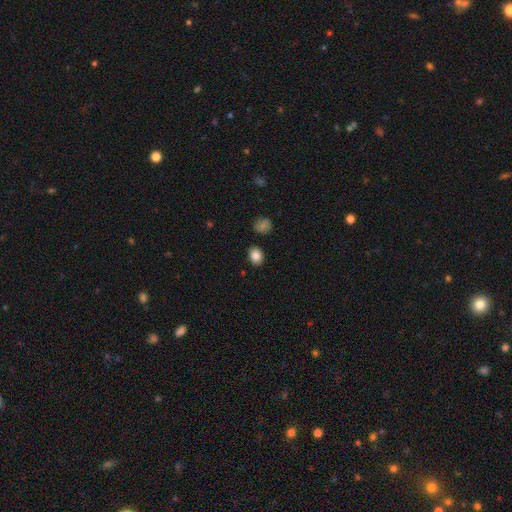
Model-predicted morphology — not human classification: smooth 85%, star or artifact 9%, featured or disk 6%. Down the decision tree: how rounded — in between (60%); merging — none (87%).